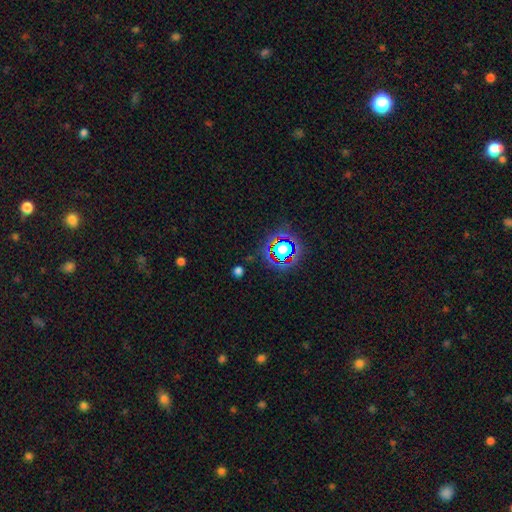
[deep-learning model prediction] Smooth or featured? Predicted: star or artifact (p=0.78).